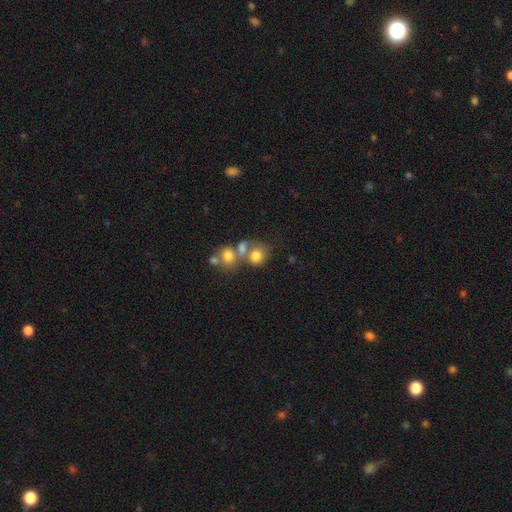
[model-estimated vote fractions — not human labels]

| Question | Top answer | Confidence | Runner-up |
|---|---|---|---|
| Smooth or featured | smooth | 73% | featured or disk (15%) |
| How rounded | round | 71% | in between (28%) |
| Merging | merger | 42% | none (41%) |